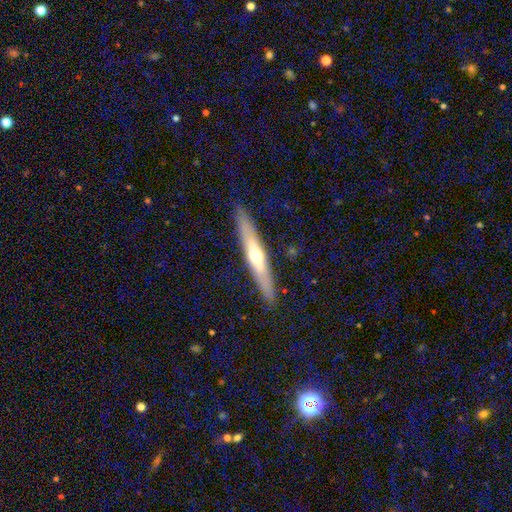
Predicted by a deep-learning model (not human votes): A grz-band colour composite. It shows a featured or disk galaxy (57%) viewed edge-on (91%) with a rounded central bulge (80%). Merging: none (88%).